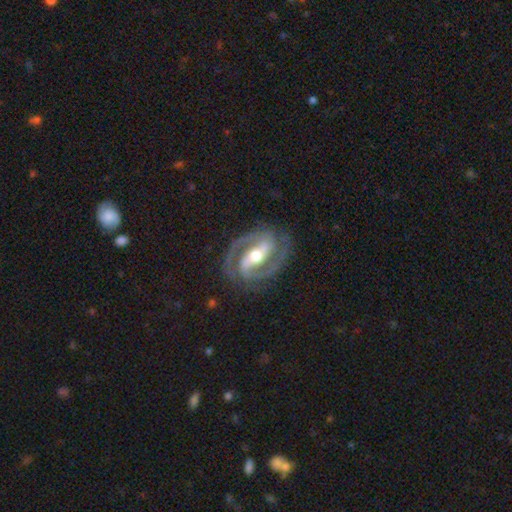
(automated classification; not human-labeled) This is clearly a featured or disk galaxy (92%). It is clearly not viewed edge-on (97%). Bar: likely strong (63%). Spiral arm pattern: clearly yes (97%). Spiral arm count: clearly 2 (93%). Spiral winding: possibly medium (52%). Central bulge: likely moderate (69%). Merging: clearly none (82%).